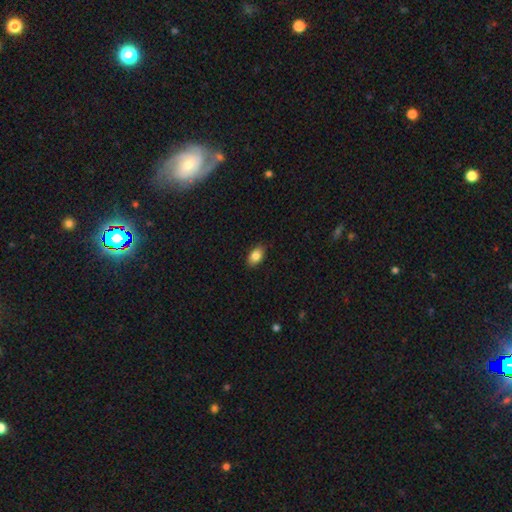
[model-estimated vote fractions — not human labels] smooth_or_featured: smooth (p=0.84) [alt: star or artifact p=0.08]
how_rounded: in between (p=0.88) [alt: round p=0.10]
merging: none (p=0.86) [alt: minor disturbance p=0.11]